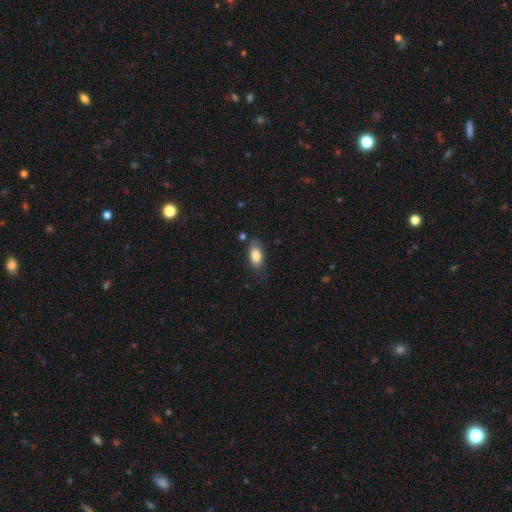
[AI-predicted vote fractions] Smooth or featured: smooth — 82% (featured or disk — 10%)
How rounded: in between — 89% (cigar-shaped — 6%)
Merging: none — 74% (minor disturbance — 19%)